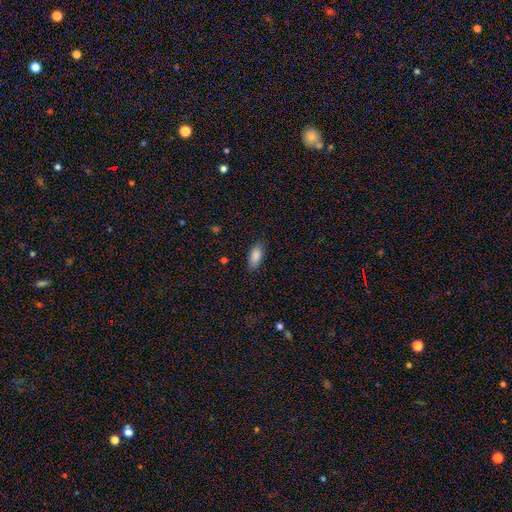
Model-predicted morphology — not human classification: A smooth galaxy with no disk features (88%) that is in between round and cigar-shaped (88%). Merging: none (83%).